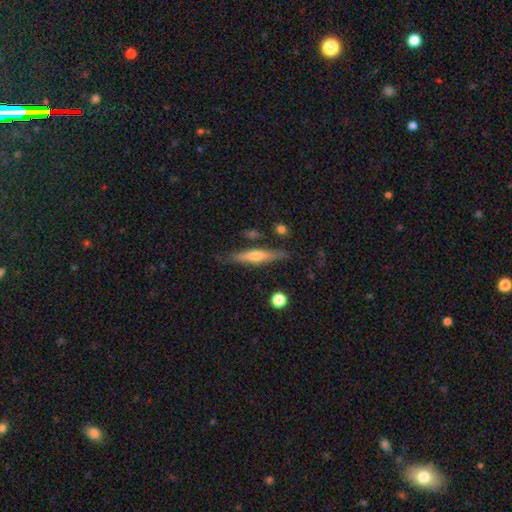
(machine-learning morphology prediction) A featured or disk galaxy (58%) viewed edge-on (93%) with a rounded central bulge (79%).

Vote fractions:
- Smooth or featured? featured or disk: 58% / smooth: 36% / star or artifact: 6%
- Edge-on disk? yes: 93% / no: 7%
- Edge-on bulge? rounded: 79% / none: 15% / boxy: 6%
- Merging? none: 80% / minor disturbance: 13% / merger: 4% / major disturbance: 3%